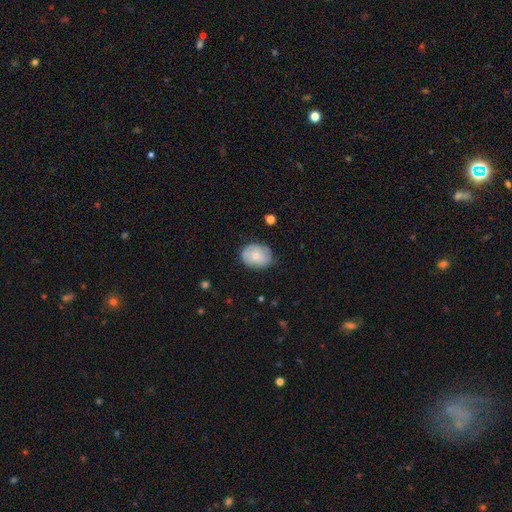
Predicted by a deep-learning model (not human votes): This is likely a smooth galaxy (67%). How rounded: possibly in between (55%). Merging: likely none (76%).